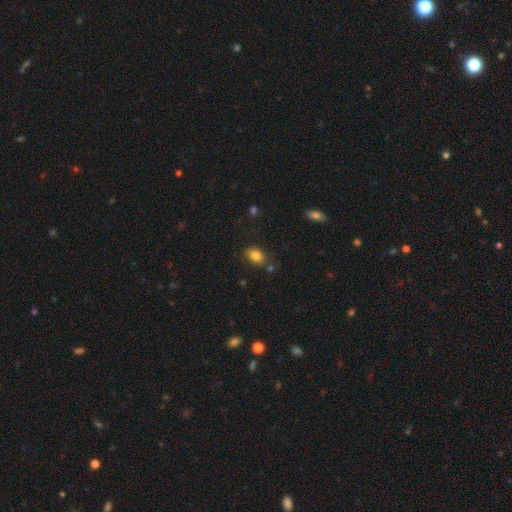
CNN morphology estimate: Smooth or featured? smooth (83%)
How rounded? in between (69%)
Merging? none (77%)